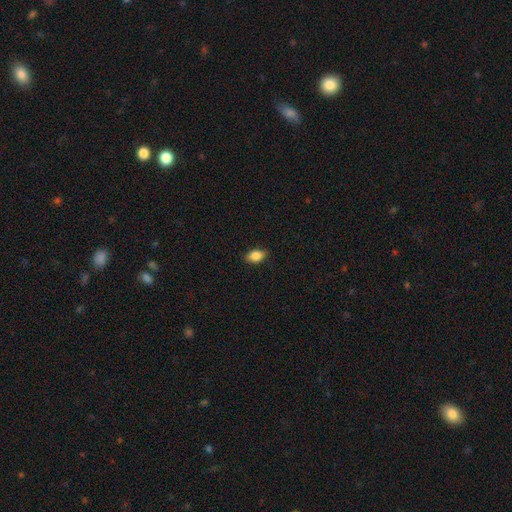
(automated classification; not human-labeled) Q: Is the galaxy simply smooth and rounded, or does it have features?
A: smooth — 86%.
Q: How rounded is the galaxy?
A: in between — 85%.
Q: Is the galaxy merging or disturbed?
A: none — 84%.